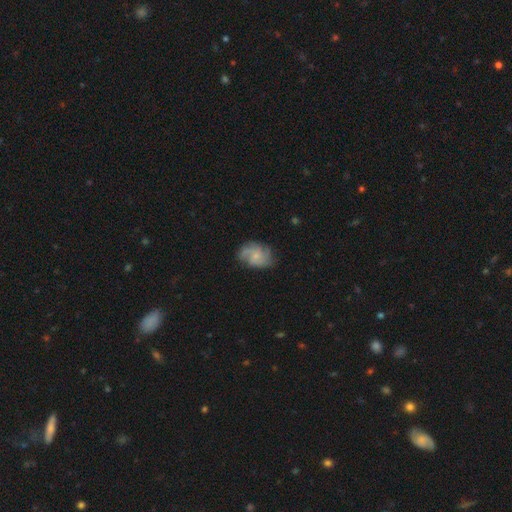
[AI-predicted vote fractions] A featured or disk galaxy (69%) with no bar (69%), 3 (32%) medium (46%) spiral arms (92%) and a small central bulge (68%).

Vote fractions:
- Smooth or featured? featured or disk: 69% / smooth: 24% / star or artifact: 7%
- Edge-on disk? no: 98% / yes: 2%
- Bar? no: 69% / weak: 27% / strong: 3%
- Spiral arms? yes: 92% / no: 8%
- Spiral winding? medium: 46% / tight: 29% / loose: 26%
- Spiral arm count? 3: 32% / can't tell: 24% / 2: 22% / 4: 10% / 1: 6% / more than 4: 5%
- Bulge size? small: 68% / moderate: 19% / none: 11% / large: 1% / dominant: 1%
- Merging? none: 67% / minor disturbance: 21% / major disturbance: 10% / merger: 2%